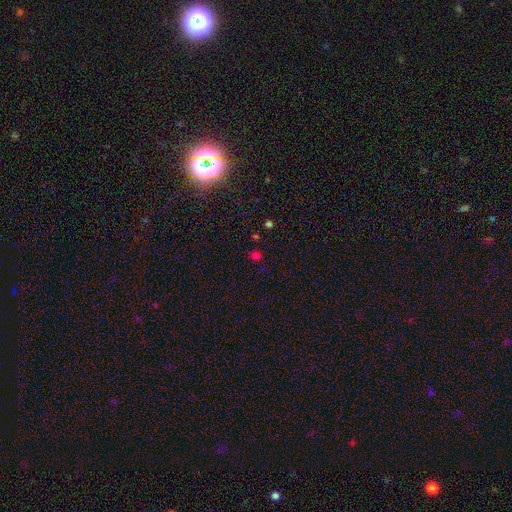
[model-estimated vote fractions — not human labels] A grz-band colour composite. It shows a smooth galaxy with no disk features (63%) that is round (64%). Merging: none (82%).